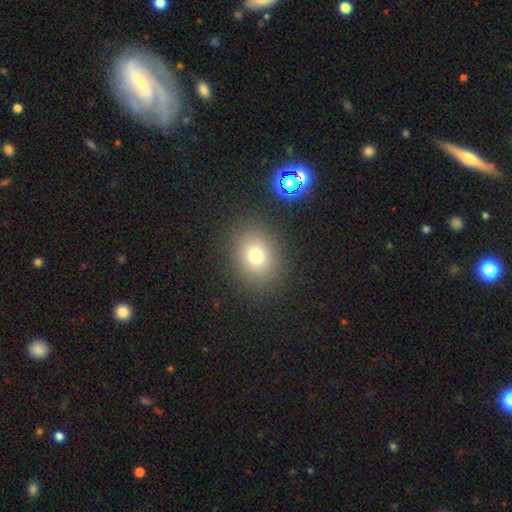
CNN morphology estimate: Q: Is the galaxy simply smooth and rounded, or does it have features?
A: smooth — 75%.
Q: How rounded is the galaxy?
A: round — 56%.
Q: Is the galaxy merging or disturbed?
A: none — 87%.